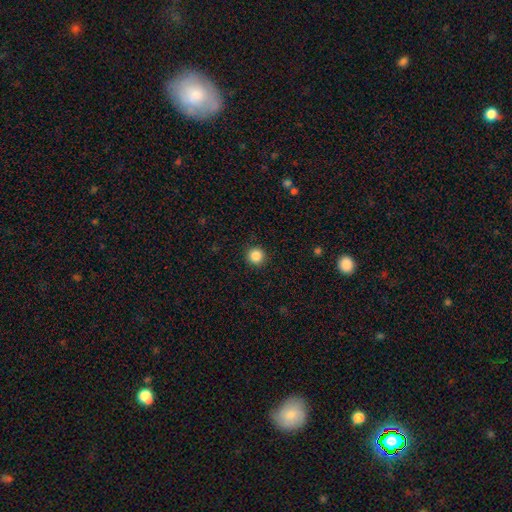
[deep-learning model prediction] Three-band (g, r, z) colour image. It shows a smooth galaxy with no disk features (86%) that is round (95%). Merging: none (93%).